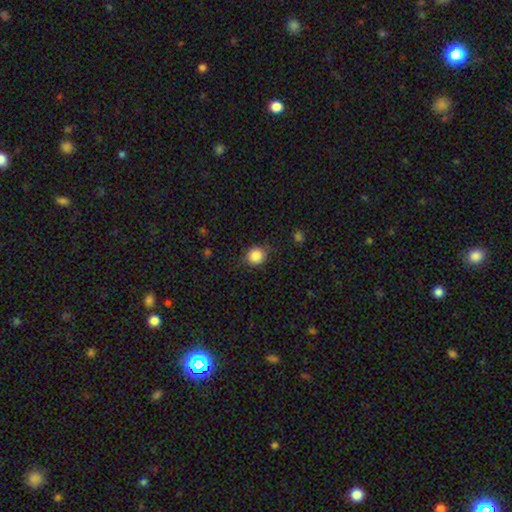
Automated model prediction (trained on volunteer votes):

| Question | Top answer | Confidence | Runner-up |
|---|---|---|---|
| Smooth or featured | smooth | 86% | star or artifact (10%) |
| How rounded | round | 84% | in between (15%) |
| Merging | none | 78% | minor disturbance (17%) |